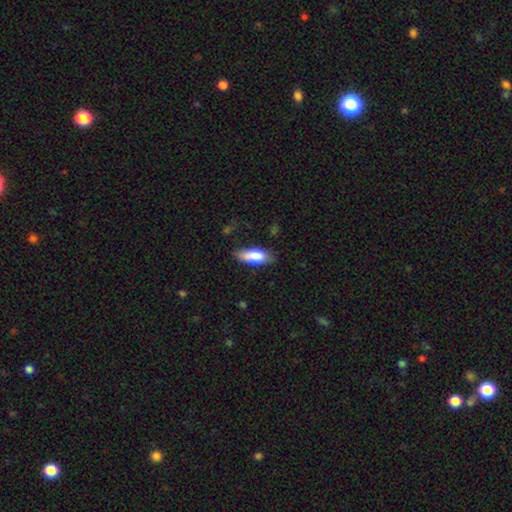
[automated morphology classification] A smooth galaxy with no disk features (82%) that is in between round and cigar-shaped (77%).

Vote fractions:
- Smooth or featured? smooth: 82% / featured or disk: 12% / star or artifact: 6%
- How rounded? in between: 77% / cigar-shaped: 21% / round: 2%
- Merging? none: 67% / minor disturbance: 25% / major disturbance: 6% / merger: 2%